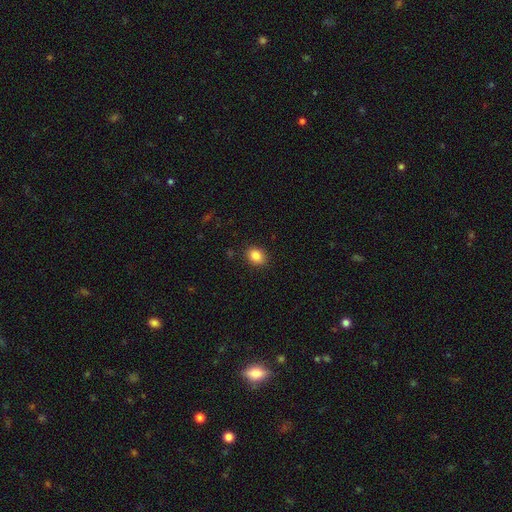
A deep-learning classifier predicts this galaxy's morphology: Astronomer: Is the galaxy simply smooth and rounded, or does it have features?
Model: smooth — 86%.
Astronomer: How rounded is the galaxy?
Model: in between — 54% (runner-up: round, 45%).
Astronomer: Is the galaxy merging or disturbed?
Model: none — 89%.